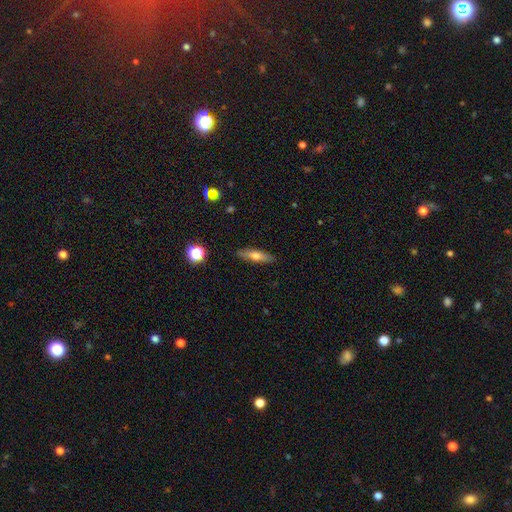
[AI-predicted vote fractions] Q: Smooth or featured?
A: smooth (58%); runner-up: featured or disk (35%)
Q: How rounded?
A: cigar-shaped (72%); runner-up: in between (26%)
Q: Merging?
A: none (89%); runner-up: minor disturbance (8%)